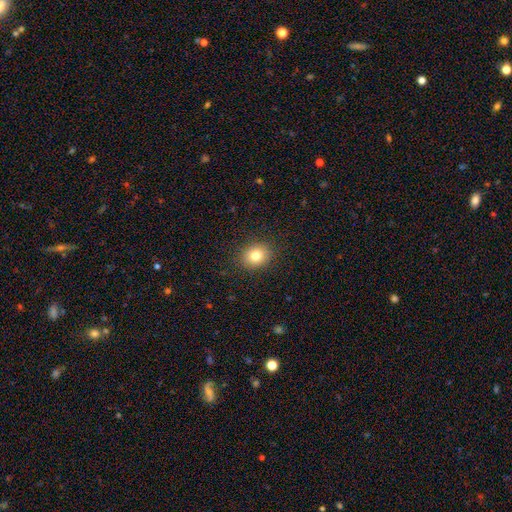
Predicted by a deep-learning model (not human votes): The model was most divided on "how rounded": round: 67%, in between: 32%, cigar-shaped: 1%. More confident: merging — none (89%); smooth or featured — smooth (80%).